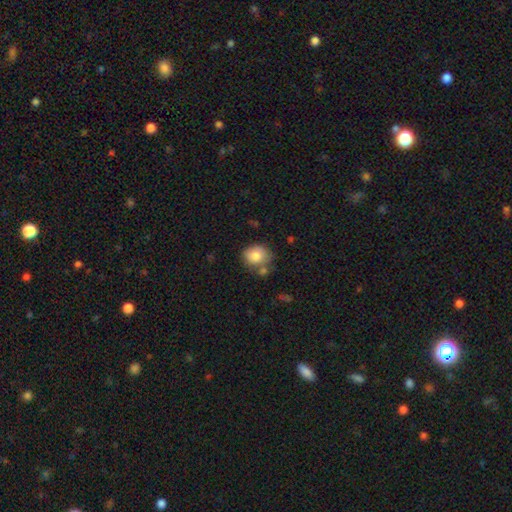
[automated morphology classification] The model was most divided on "how rounded": round: 62%, in between: 37%, cigar-shaped: 1%. More confident: smooth or featured — smooth (82%); merging — none (59%).